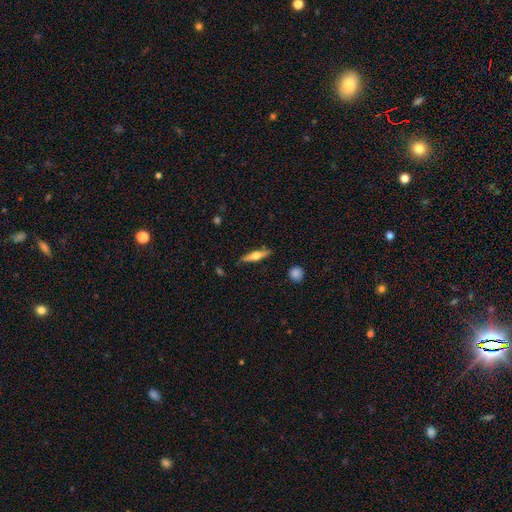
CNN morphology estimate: smooth_or_featured: featured or disk (p=0.51) [alt: smooth p=0.43]
disk_edge_on: yes (p=0.93) [alt: no p=0.07]
merging: none (p=0.86) [alt: minor disturbance p=0.11]